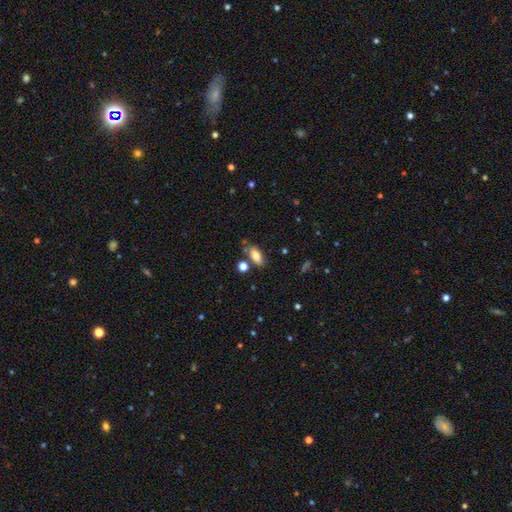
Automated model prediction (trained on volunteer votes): Morphology: type=smooth (80%); roundness=in between (88%); merging=none (72%).